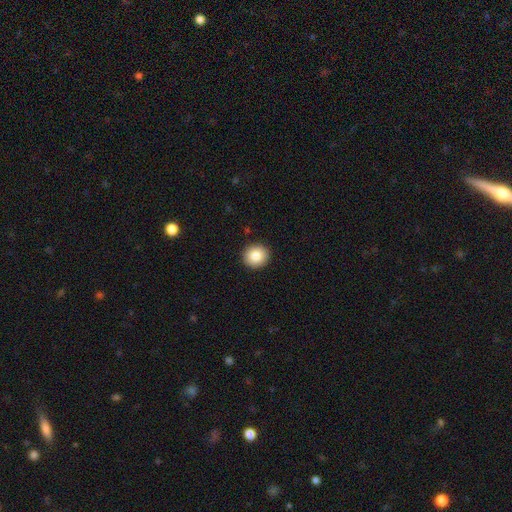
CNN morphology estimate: smooth-or-featured: smooth: 84% | star or artifact: 9% | featured or disk: 7%
  how-rounded: round: 90% | in between: 9% | cigar-shaped: 1%
  merging: none: 92% | minor disturbance: 5% | major disturbance: 2% | merger: 1%